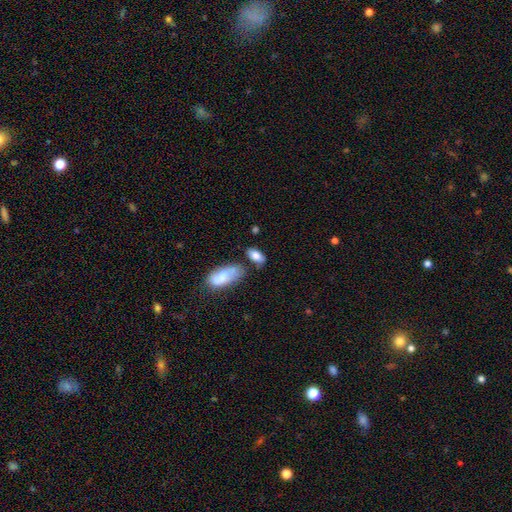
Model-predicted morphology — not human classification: smooth-or-featured: smooth: 81% | featured or disk: 12% | star or artifact: 8%
  how-rounded: in between: 88% | cigar-shaped: 8% | round: 4%
  merging: none: 56% | minor disturbance: 21% | merger: 15% | major disturbance: 7%